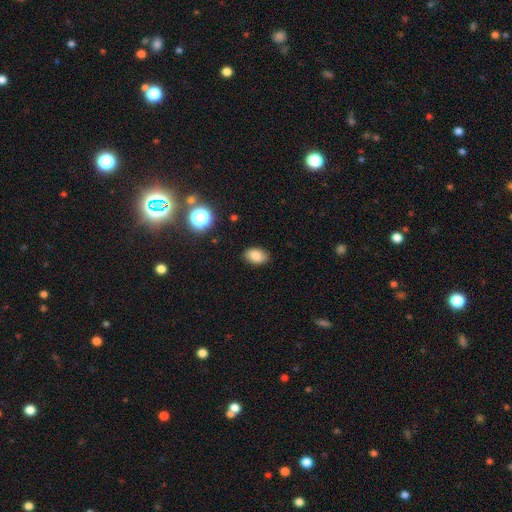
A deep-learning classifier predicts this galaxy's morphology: This appears to be a smooth galaxy with no disk features (83%) that is in between round and cigar-shaped (86%). Merging: none (86%).